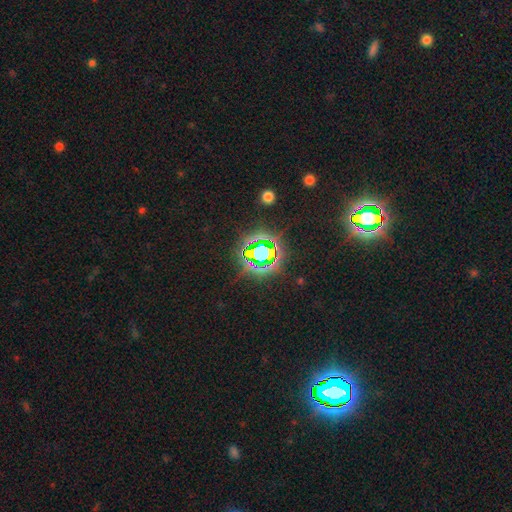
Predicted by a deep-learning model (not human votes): The model was most divided on "smooth or featured": star or artifact: 76%, smooth: 13%, featured or disk: 11%.